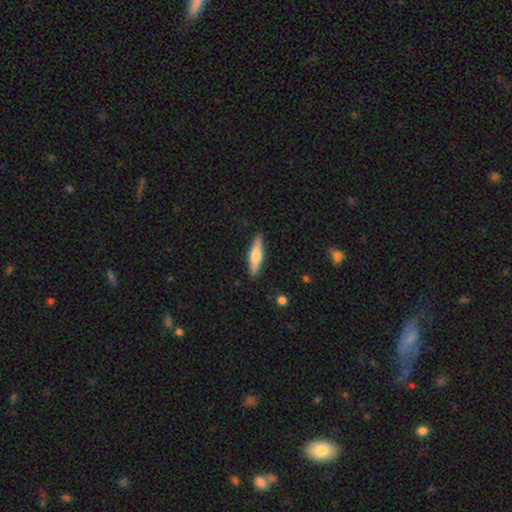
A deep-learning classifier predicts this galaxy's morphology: smooth 49%, featured or disk 46%, star or artifact 6%. Down the decision tree: merging — none (90%).